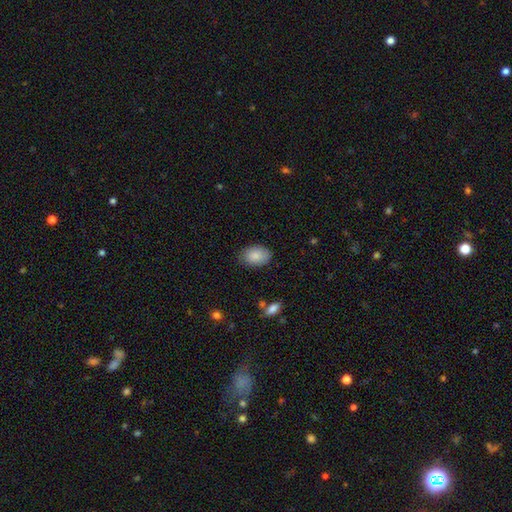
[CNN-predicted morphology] This appears to be a smooth galaxy with no disk features (87%) that is in between round and cigar-shaped (86%). Merging: none (82%).